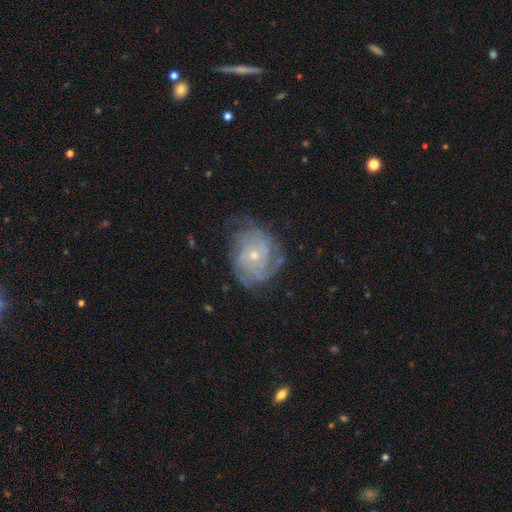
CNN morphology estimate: Overall: featured or disk (75%). Edge-on disk: no (97%). Bar: no (74%). Spiral arms: yes (94%). Spiral arm count: can't tell (37%; 4 19%). Spiral winding: tight (64%; medium 28%). Bulge size: small (67%; moderate 29%). Merging: none (72%).